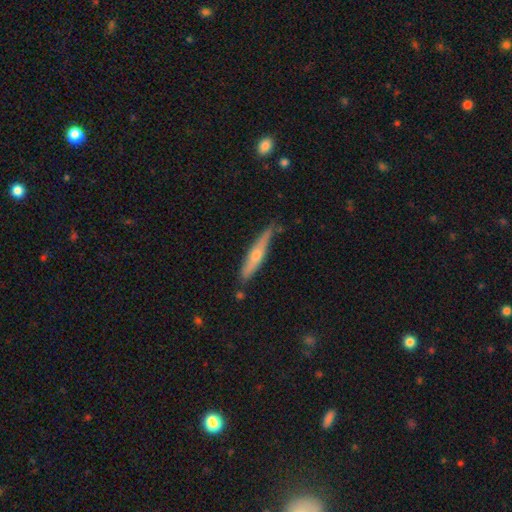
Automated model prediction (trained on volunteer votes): Overall: smooth (48%; featured or disk 47%). Merging: none (71%).